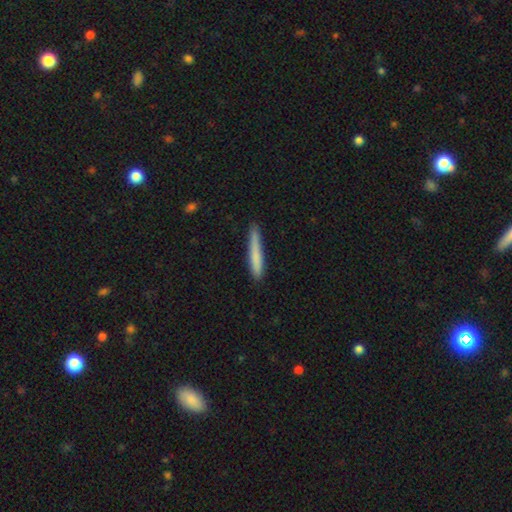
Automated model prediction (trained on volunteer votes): Smooth or featured? smooth (76%)
How rounded? cigar-shaped (96%)
Merging? none (81%)